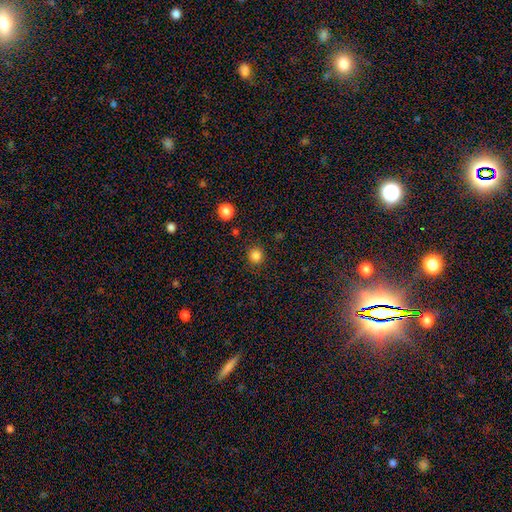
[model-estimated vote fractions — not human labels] Smooth or featured? Predicted: smooth (p=0.83). How rounded? Predicted: round (p=0.92). Merging? Predicted: none (p=0.90).